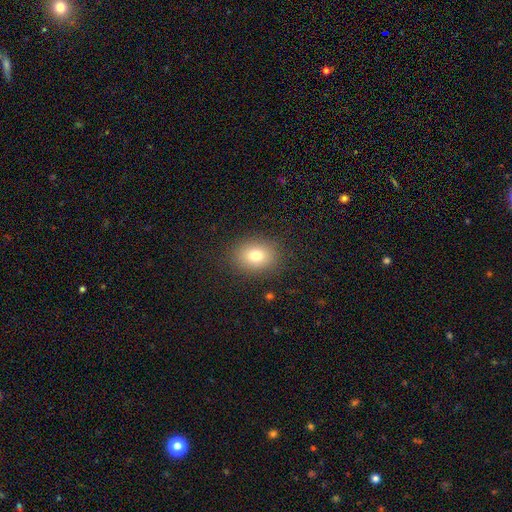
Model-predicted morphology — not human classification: A smooth galaxy with no disk features (78%) that is in between round and cigar-shaped (55%). Merging: none (87%).